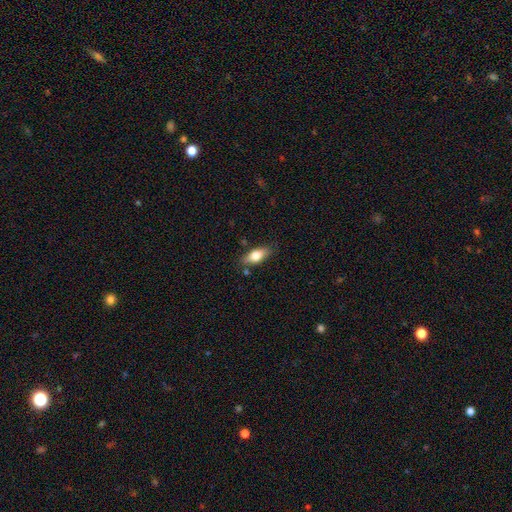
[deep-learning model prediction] Smooth or featured?
  - smooth: 72% *
  - featured or disk: 21%
  - star or artifact: 7%
How rounded?
  - in between: 80% *
  - cigar-shaped: 16%
  - round: 4%
Merging?
  - none: 80% *
  - minor disturbance: 14%
  - major disturbance: 3%
  - merger: 3%